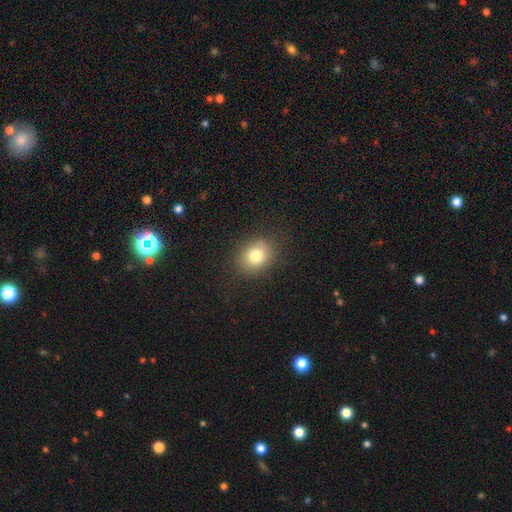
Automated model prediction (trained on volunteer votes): A smooth galaxy with no disk features (78%) that is round (59%).

Vote fractions:
- Smooth or featured? smooth: 78% / star or artifact: 12% / featured or disk: 10%
- How rounded? round: 59% / in between: 40% / cigar-shaped: 1%
- Merging? none: 85% / minor disturbance: 10% / major disturbance: 4% / merger: 1%